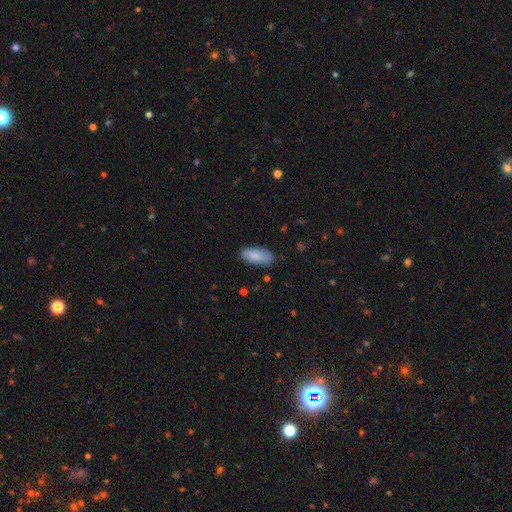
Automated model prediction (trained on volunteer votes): Q: Smooth or featured?
A: smooth (86%); runner-up: featured or disk (8%)
Q: How rounded?
A: in between (88%); runner-up: cigar-shaped (10%)
Q: Merging?
A: none (79%); runner-up: minor disturbance (17%)